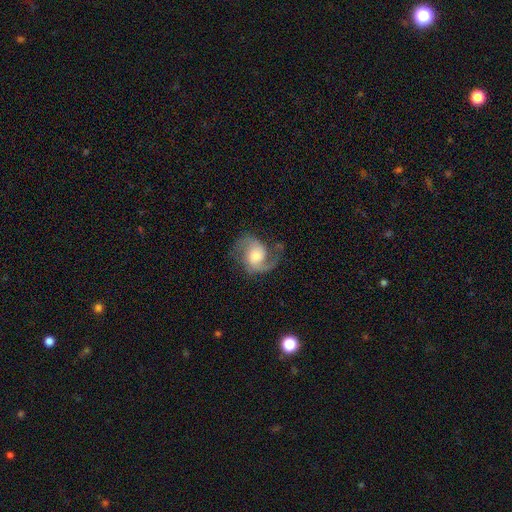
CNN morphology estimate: smooth-or-featured: featured or disk: 85% | smooth: 9% | star or artifact: 6%
  disk-edge-on: no: 98% | yes: 2%
    bar: no: 57% | weak: 35% | strong: 7%
    has-spiral-arms: yes: 97% | no: 3%
      spiral-winding: medium: 51% | loose: 33% | tight: 15%
      spiral-arm-count: 2: 88% | 1: 6% | can't tell: 3% | 3: 2% | 4: 1% | more than 4: 1%
    bulge-size: moderate: 52% | small: 25% | large: 16% | none: 4% | dominant: 2%
  merging: none: 70% | minor disturbance: 18% | major disturbance: 11% | merger: 2%